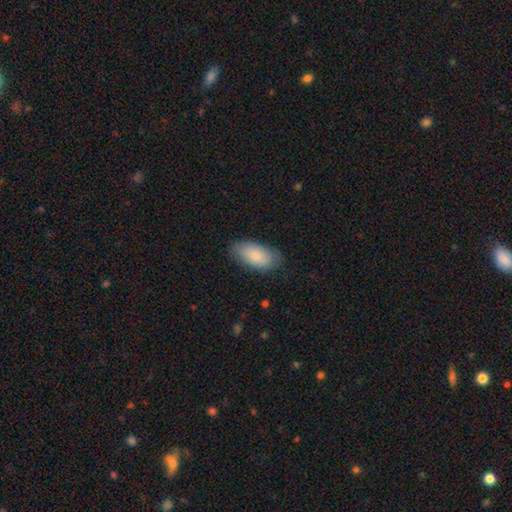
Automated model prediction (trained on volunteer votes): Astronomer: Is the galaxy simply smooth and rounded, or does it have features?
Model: smooth — 82%.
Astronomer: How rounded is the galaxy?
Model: in between — 94%.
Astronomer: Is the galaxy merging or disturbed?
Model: none — 79%.